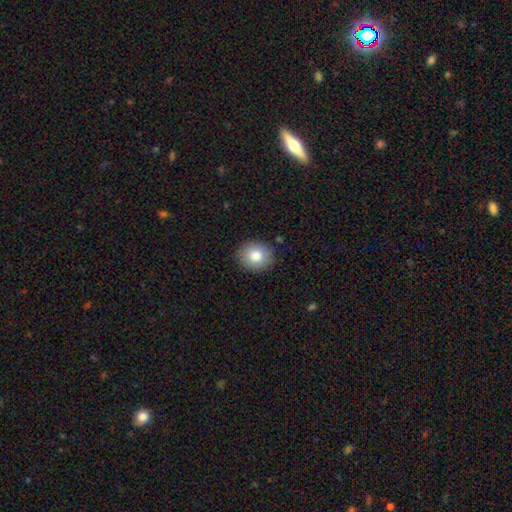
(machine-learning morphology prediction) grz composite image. It shows a smooth galaxy with no disk features (83%) that is round (74%). Merging: none (89%).